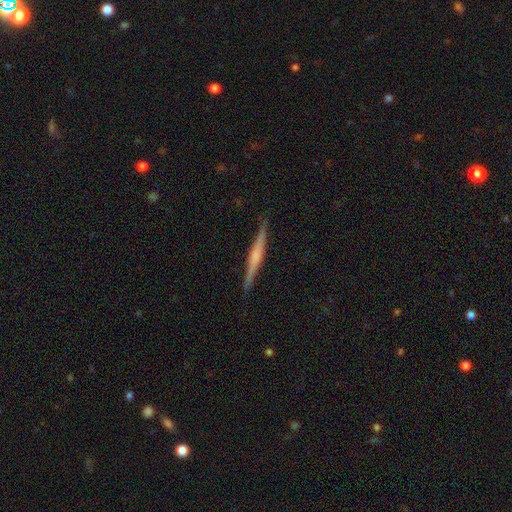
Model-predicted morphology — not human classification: smooth_or_featured: featured or disk (p=0.69) [alt: smooth p=0.25]
disk_edge_on: yes (p=0.98) [alt: no p=0.02]
edge_on_bulge: rounded (p=0.52) [alt: boxy p=0.26]
merging: none (p=0.90) [alt: minor disturbance p=0.07]